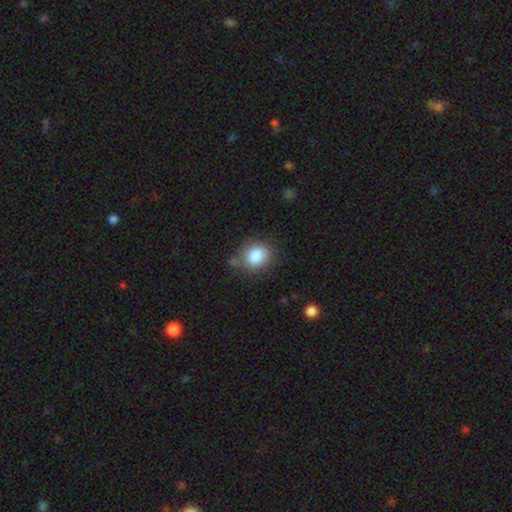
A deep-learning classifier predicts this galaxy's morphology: Smooth or featured? Predicted: smooth (p=0.85). How rounded? Predicted: round (p=0.59). Merging? Predicted: none (p=0.75).